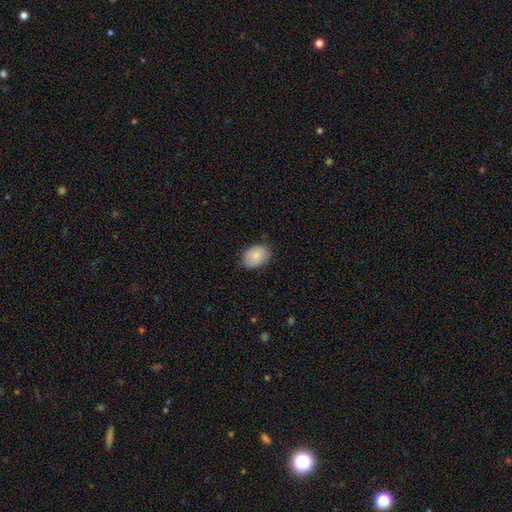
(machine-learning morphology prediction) This appears to be a smooth galaxy with no disk features (86%) that is in between round and cigar-shaped (78%). Merging: none (83%).